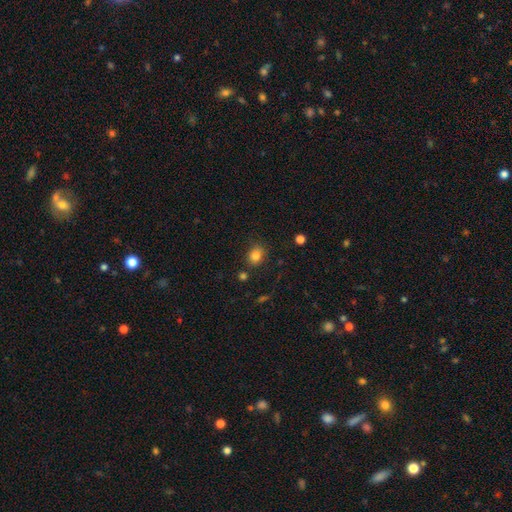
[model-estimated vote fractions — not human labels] smooth 83%, star or artifact 11%, featured or disk 6%. Down the decision tree: how rounded — round (50%); merging — none (79%).